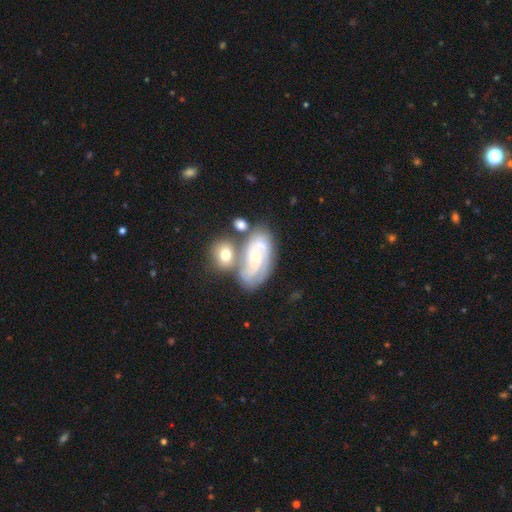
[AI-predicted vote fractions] A featured or disk galaxy (75%) with no bar (64%), 2 (31%) tight (58%) spiral arms (93%) and a small central bulge (68%).

Vote fractions:
- Smooth or featured? featured or disk: 75% / smooth: 17% / star or artifact: 8%
- Edge-on disk? no: 95% / yes: 5%
- Bar? no: 64% / weak: 29% / strong: 7%
- Spiral arms? yes: 93% / no: 7%
- Spiral winding? tight: 58% / medium: 34% / loose: 8%
- Spiral arm count? 2: 31% / can't tell: 28% / 3: 26% / 4: 7% / 1: 4% / more than 4: 4%
- Bulge size? small: 68% / moderate: 26% / none: 3% / large: 2% / dominant: 1%
- Merging? none: 50% / merger: 26% / minor disturbance: 17% / major disturbance: 7%